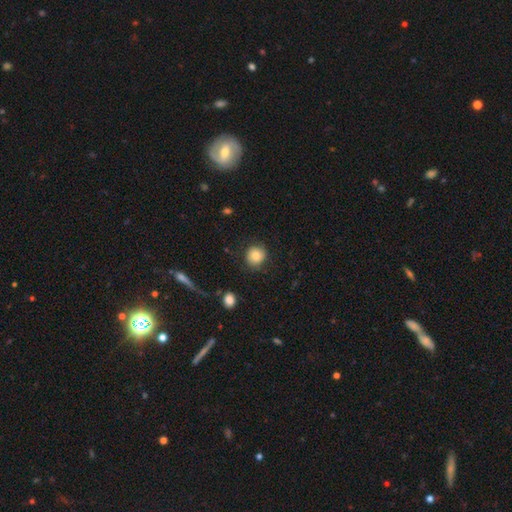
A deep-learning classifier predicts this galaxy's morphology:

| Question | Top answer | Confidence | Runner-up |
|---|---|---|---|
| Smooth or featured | smooth | 81% | featured or disk (10%) |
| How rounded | round | 88% | in between (11%) |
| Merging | none | 81% | minor disturbance (13%) |